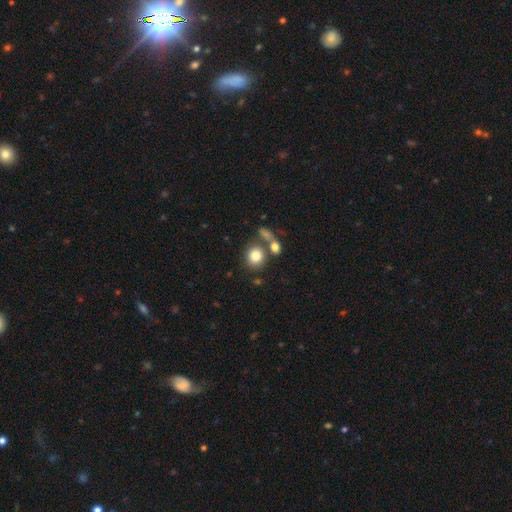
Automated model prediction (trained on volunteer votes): A smooth galaxy with no disk features (81%) that is round (80%). Merging: none (61%).